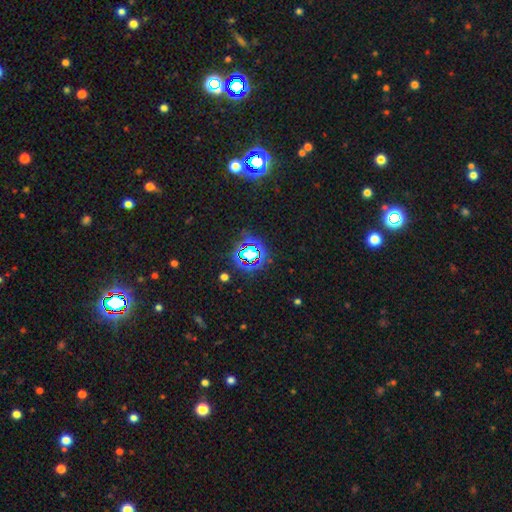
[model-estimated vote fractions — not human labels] A star or artifact, not a galaxy (74%).

Vote fractions:
- Smooth or featured? star or artifact: 74% / smooth: 17% / featured or disk: 9%